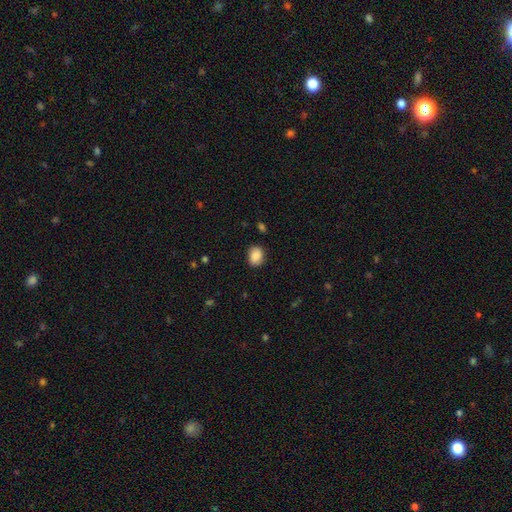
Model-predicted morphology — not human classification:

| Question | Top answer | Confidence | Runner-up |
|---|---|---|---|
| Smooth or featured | smooth | 87% | star or artifact (8%) |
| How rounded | in between | 58% | round (41%) |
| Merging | none | 82% | minor disturbance (14%) |